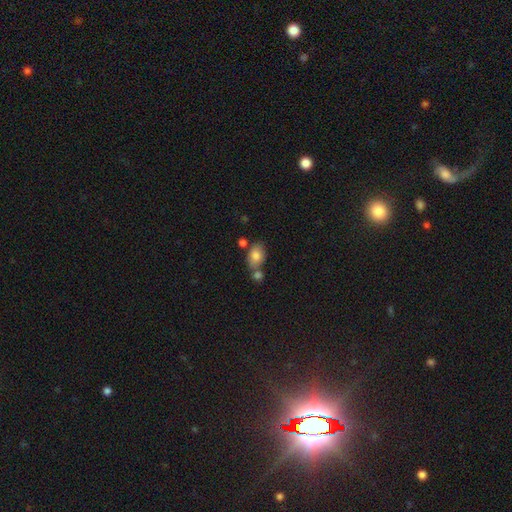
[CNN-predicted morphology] Smooth or featured? smooth (80%)
How rounded? in between (81%)
Merging? none (55%)